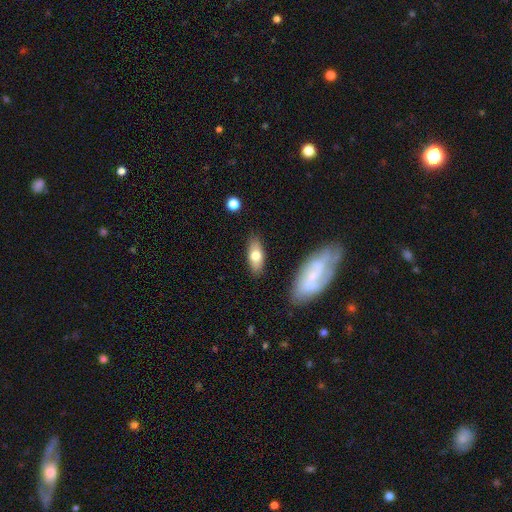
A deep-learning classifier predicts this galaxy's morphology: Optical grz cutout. It shows a smooth galaxy with no disk features (68%) that is in between round and cigar-shaped (79%). Merging: none (83%).